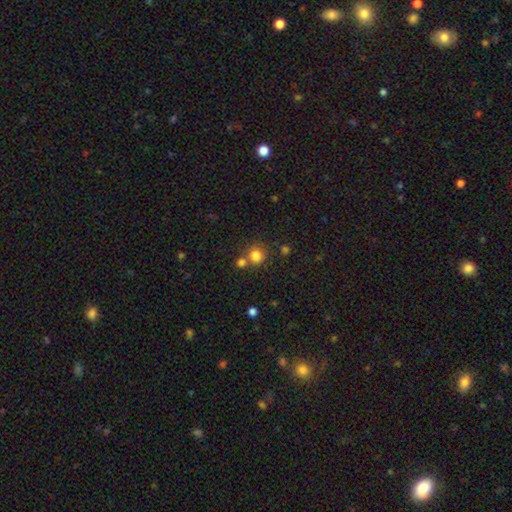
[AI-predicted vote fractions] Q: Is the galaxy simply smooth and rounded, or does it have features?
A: smooth — 81%.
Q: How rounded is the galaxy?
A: round — 87%.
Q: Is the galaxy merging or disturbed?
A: none — 65%.